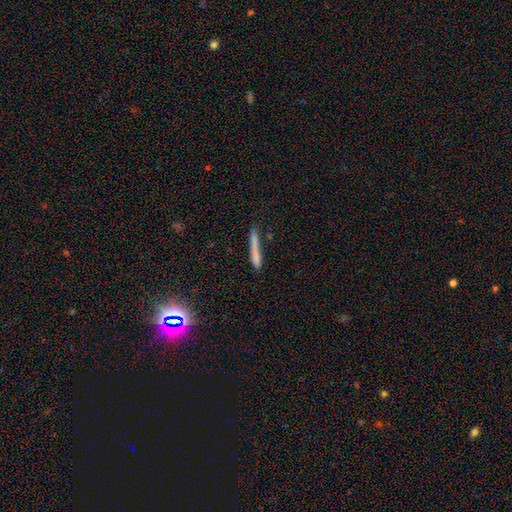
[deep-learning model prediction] This is likely a smooth galaxy (75%). How rounded: clearly cigar-shaped (94%). Merging: likely none (70%).